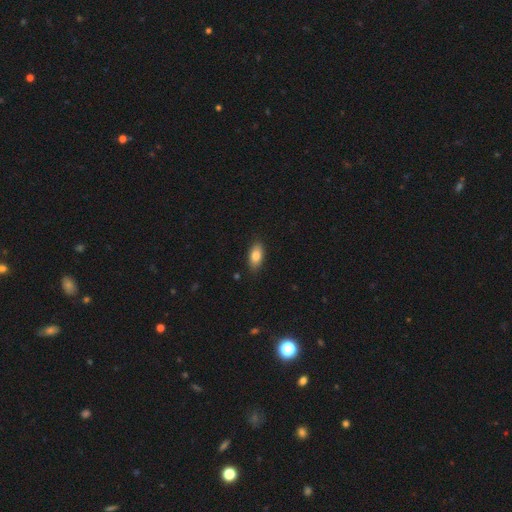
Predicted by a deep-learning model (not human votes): A smooth galaxy with no disk features (82%) that is in between round and cigar-shaped (89%).

Vote fractions:
- Smooth or featured? smooth: 82% / featured or disk: 11% / star or artifact: 7%
- How rounded? in between: 89% / cigar-shaped: 7% / round: 4%
- Merging? none: 86% / minor disturbance: 10% / major disturbance: 2% / merger: 1%